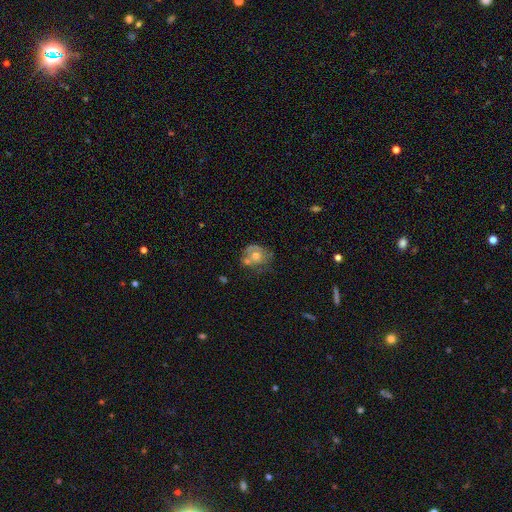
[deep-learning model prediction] Q: Smooth or featured?
A: smooth (51%); runner-up: featured or disk (40%)
Q: How rounded?
A: round (63%); runner-up: in between (36%)
Q: Merging?
A: none (42%); runner-up: minor disturbance (24%)